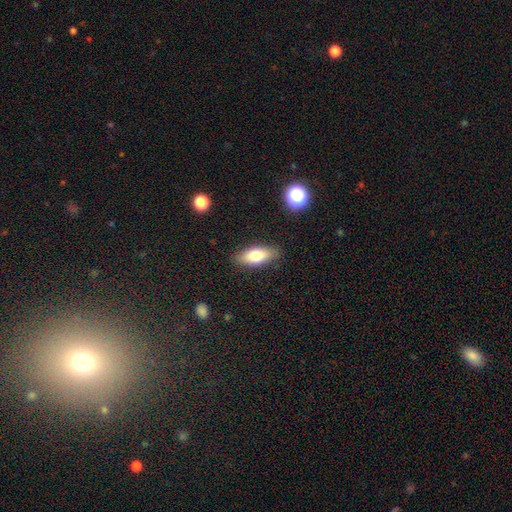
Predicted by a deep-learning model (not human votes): A smooth galaxy with no disk features (75%) that is in between round and cigar-shaped (79%). Merging: none (86%).